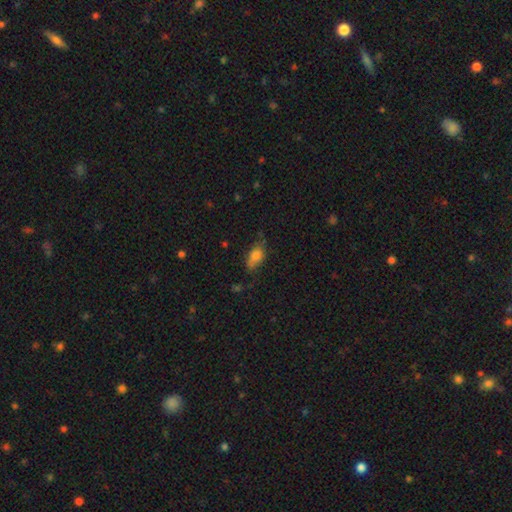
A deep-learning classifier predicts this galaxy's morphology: smooth 71%, featured or disk 19%, star or artifact 10%. Down the decision tree: how rounded — in between (81%); merging — none (52%).